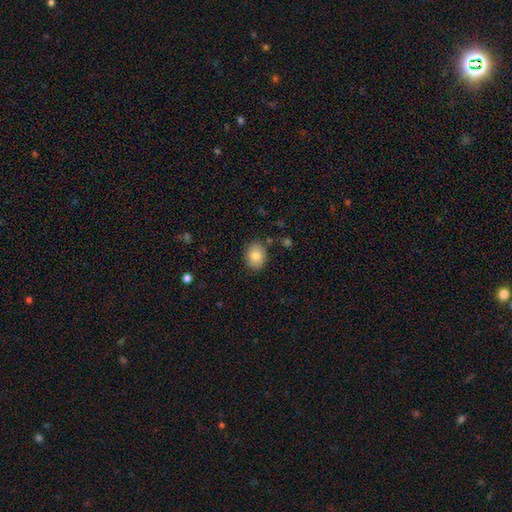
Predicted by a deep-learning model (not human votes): This appears to be a smooth galaxy with no disk features (82%) that is in between round and cigar-shaped (55%). Merging: none (85%).